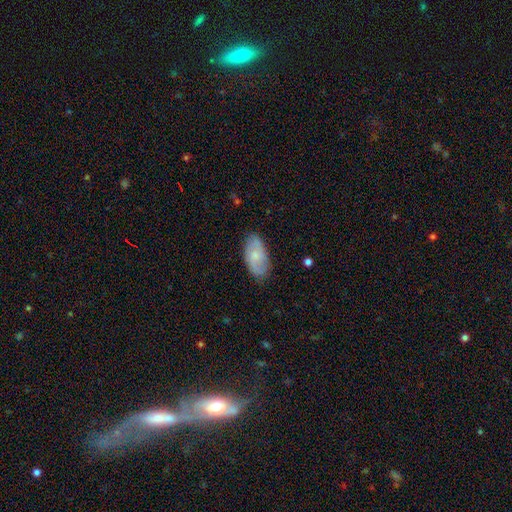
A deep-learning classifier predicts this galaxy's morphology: Smooth or featured?
  - smooth: 59% *
  - featured or disk: 34%
  - star or artifact: 6%
How rounded?
  - in between: 92% *
  - cigar-shaped: 5%
  - round: 3%
Merging?
  - none: 79% *
  - minor disturbance: 17%
  - major disturbance: 3%
  - merger: 1%